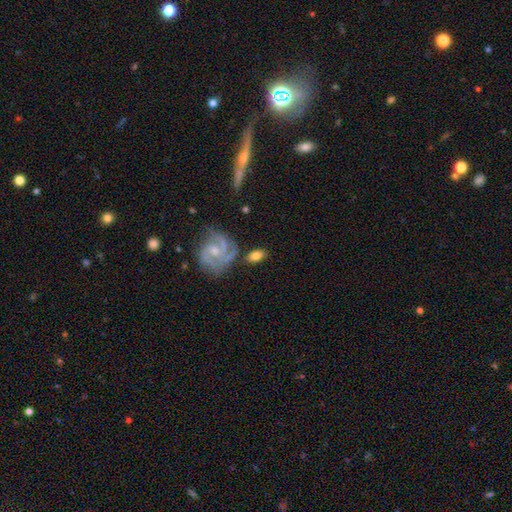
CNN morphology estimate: Q: Smooth or featured?
A: smooth (57%); runner-up: featured or disk (36%)
Q: How rounded?
A: in between (87%); runner-up: round (8%)
Q: Merging?
A: none (70%); runner-up: minor disturbance (17%)